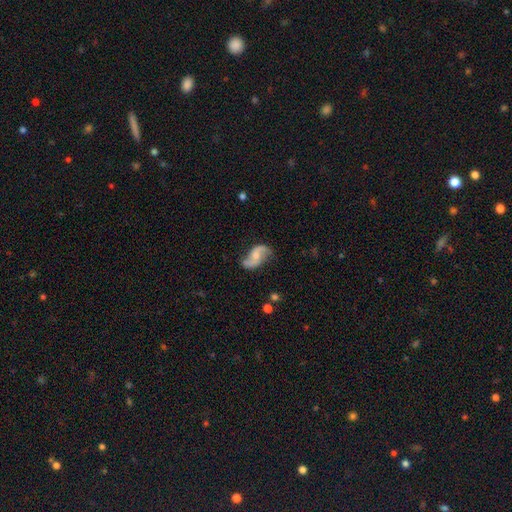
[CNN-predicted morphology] Smooth or featured? featured or disk (81%)
Edge-on disk? no (97%)
Bar? no (53%)
Spiral arms? yes (95%)
Spiral winding? loose (74%)
Spiral arm count? 2 (93%)
Bulge size? moderate (46%)
Merging? none (74%)